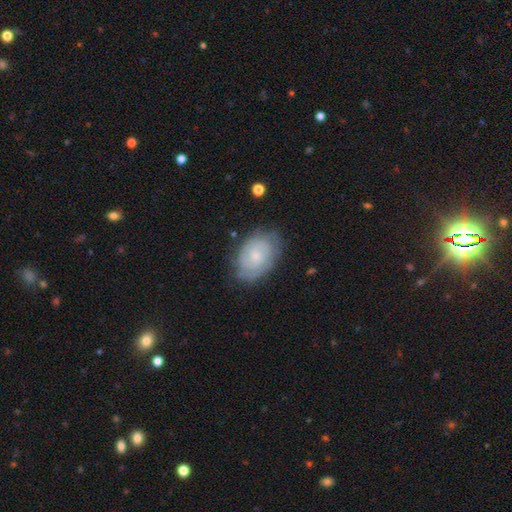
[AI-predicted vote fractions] Smooth or featured?
  - featured or disk: 63% *
  - smooth: 30%
  - star or artifact: 7%
Edge-on disk?
  - no: 97% *
  - yes: 3%
Bar?
  - no: 71% *
  - weak: 26%
  - strong: 3%
Spiral arms?
  - yes: 86% *
  - no: 14%
Spiral winding?
  - tight: 67% *
  - medium: 26%
  - loose: 7%
Spiral arm count?
  - can't tell: 42% *
  - 2: 39%
  - 3: 9%
  - 1: 4%
  - 4: 3%
  - more than 4: 3%
Bulge size?
  - small: 58% *
  - moderate: 31%
  - none: 7%
  - large: 3%
  - dominant: 1%
Merging?
  - none: 73% *
  - minor disturbance: 20%
  - major disturbance: 6%
  - merger: 1%